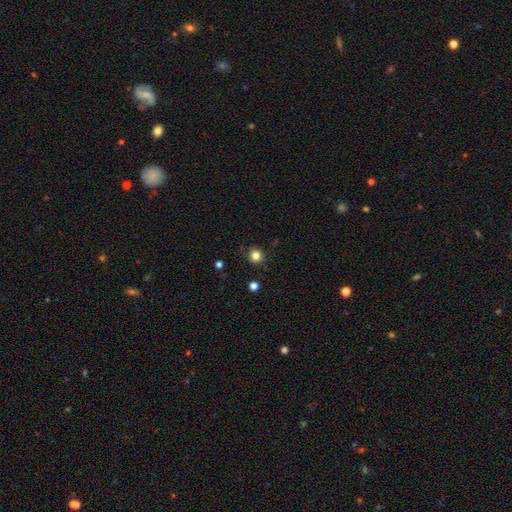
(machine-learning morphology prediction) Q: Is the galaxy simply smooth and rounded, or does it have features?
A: smooth — 83%.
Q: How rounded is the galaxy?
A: round — 90%.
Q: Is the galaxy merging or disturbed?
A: none — 88%.